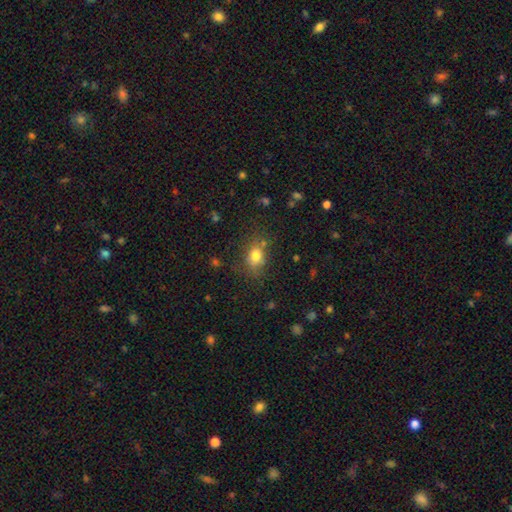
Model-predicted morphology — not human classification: type=smooth (77%); roundness=in between (55%); merging=none (69%).